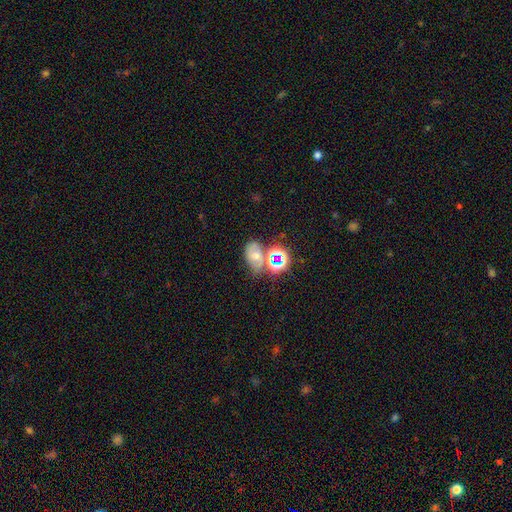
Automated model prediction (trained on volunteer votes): smooth-or-featured: star or artifact: 38% | smooth: 34% | featured or disk: 28%